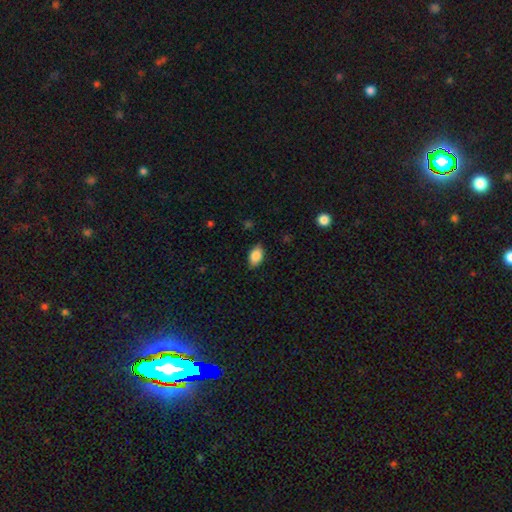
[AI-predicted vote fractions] Smooth or featured?
  - smooth: 86% *
  - star or artifact: 7%
  - featured or disk: 7%
How rounded?
  - in between: 89% *
  - round: 9%
  - cigar-shaped: 2%
Merging?
  - none: 84% *
  - minor disturbance: 12%
  - major disturbance: 3%
  - merger: 1%